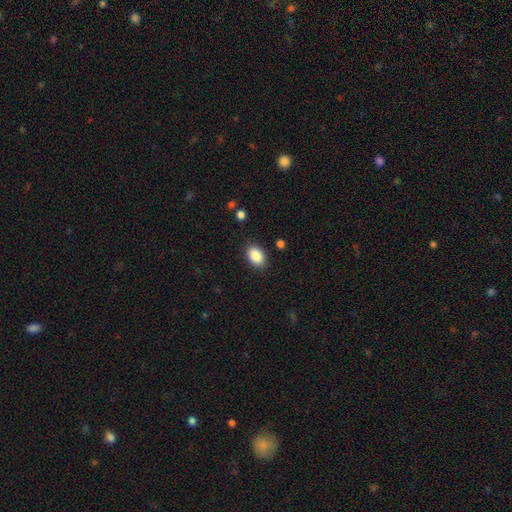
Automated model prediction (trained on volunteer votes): Overall: smooth (88%). How rounded: in between (87%). Merging: none (86%).